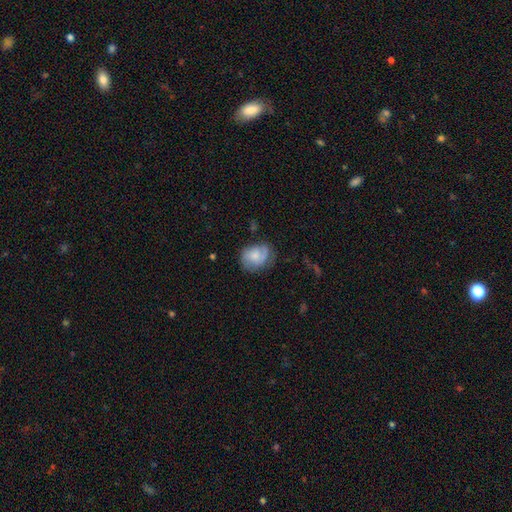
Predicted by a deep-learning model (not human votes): smooth_or_featured: smooth (p=0.50) [alt: featured or disk p=0.42]
how_rounded: round (p=0.51) [alt: in between p=0.48]
merging: none (p=0.60) [alt: minor disturbance p=0.26]